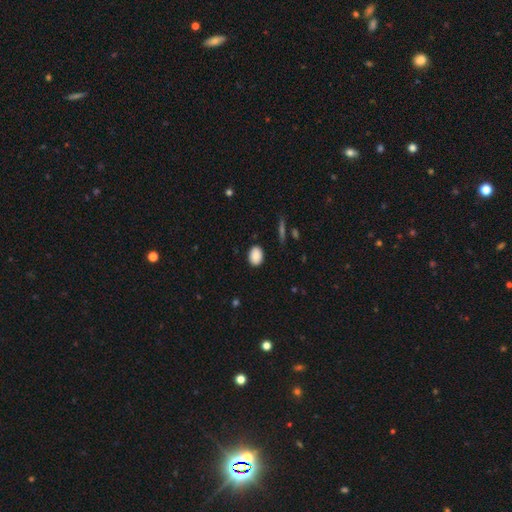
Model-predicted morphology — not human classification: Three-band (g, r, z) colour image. It shows a smooth galaxy with no disk features (88%) that is in between round and cigar-shaped (73%). Merging: none (87%).